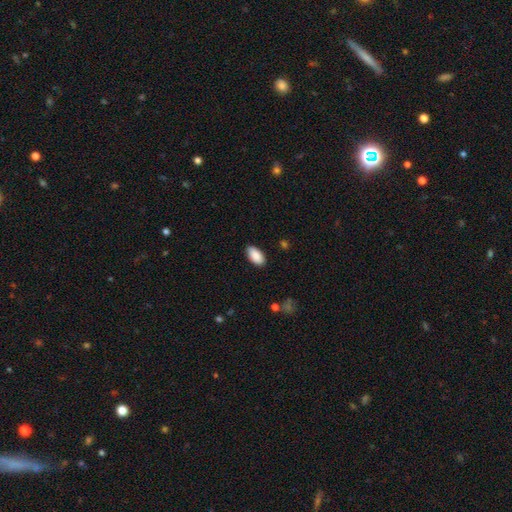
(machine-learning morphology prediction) smooth_or_featured: smooth (p=0.90) [alt: star or artifact p=0.06]
how_rounded: in between (p=0.95) [alt: cigar-shaped p=0.03]
merging: none (p=0.87) [alt: minor disturbance p=0.09]